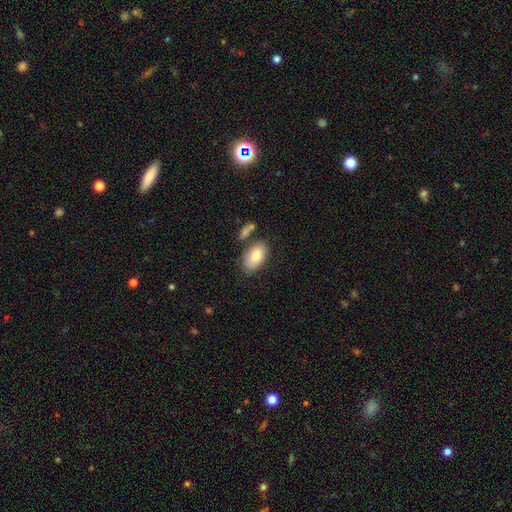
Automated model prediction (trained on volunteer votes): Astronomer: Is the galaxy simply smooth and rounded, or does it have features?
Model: smooth — 80%.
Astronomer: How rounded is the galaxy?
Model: in between — 93%.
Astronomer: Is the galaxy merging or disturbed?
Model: none — 68%.